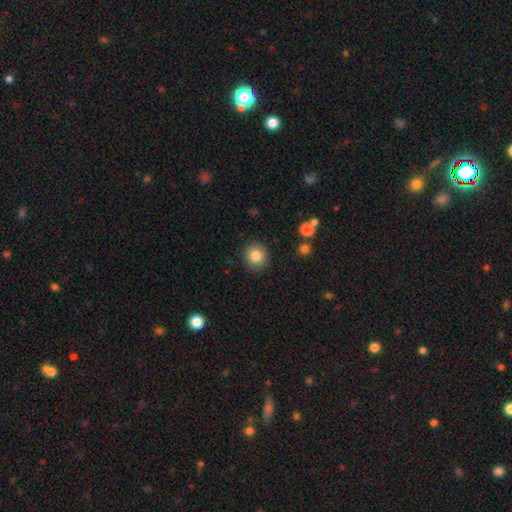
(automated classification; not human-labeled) A smooth galaxy with no disk features (84%) that is round (90%).

Vote fractions:
- Smooth or featured? smooth: 84% / star or artifact: 10% / featured or disk: 6%
- How rounded? round: 90% / in between: 9% / cigar-shaped: 1%
- Merging? none: 90% / minor disturbance: 7% / major disturbance: 2% / merger: 1%